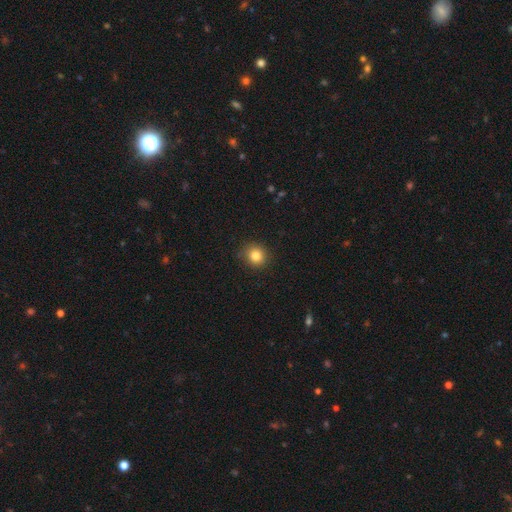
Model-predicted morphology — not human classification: Smooth or featured? smooth (83%)
How rounded? round (87%)
Merging? none (89%)